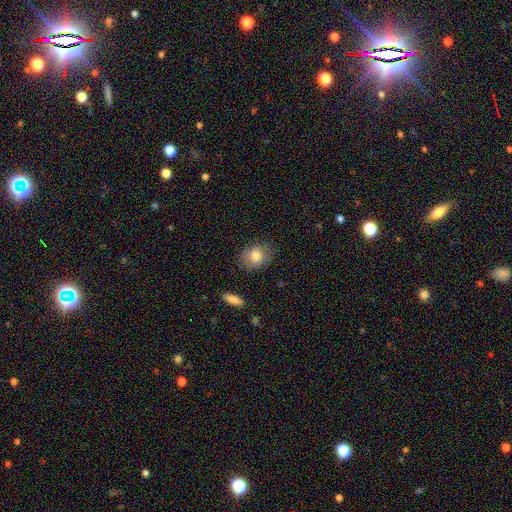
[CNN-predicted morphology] Smooth or featured?
  - smooth: 81% *
  - featured or disk: 11%
  - star or artifact: 8%
How rounded?
  - in between: 57% *
  - round: 41%
  - cigar-shaped: 1%
Merging?
  - none: 79% *
  - minor disturbance: 16%
  - major disturbance: 4%
  - merger: 2%